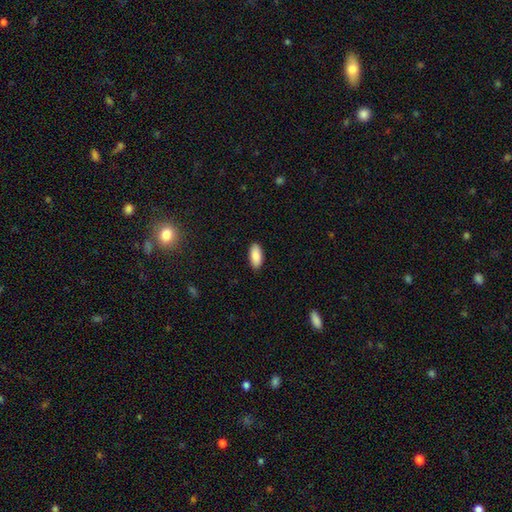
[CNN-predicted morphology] The model was most divided on "merging": none: 89%, minor disturbance: 8%, major disturbance: 2%, merger: 1%. More confident: how rounded — in between (91%); smooth or featured — smooth (88%).